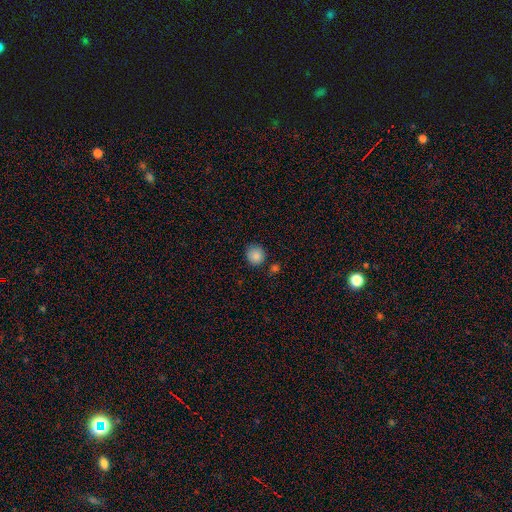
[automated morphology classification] The model was most divided on "merging": none: 79%, minor disturbance: 13%, merger: 5%, major disturbance: 3%. More confident: how rounded — round (88%); smooth or featured — smooth (87%).